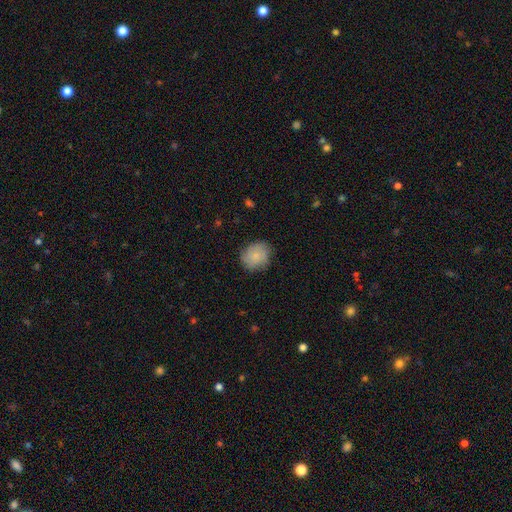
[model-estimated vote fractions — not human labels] smooth_or_featured: smooth (p=0.74) [alt: featured or disk p=0.18]
how_rounded: round (p=0.72) [alt: in between p=0.27]
merging: none (p=0.79) [alt: minor disturbance p=0.16]